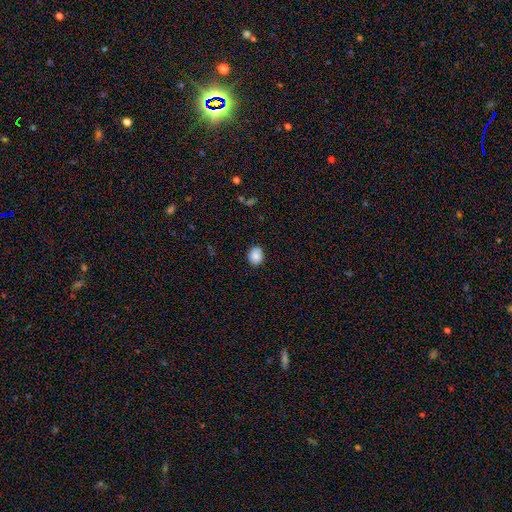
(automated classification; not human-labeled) This appears to be a smooth galaxy with no disk features (88%) that is round (62%). Merging: none (87%).